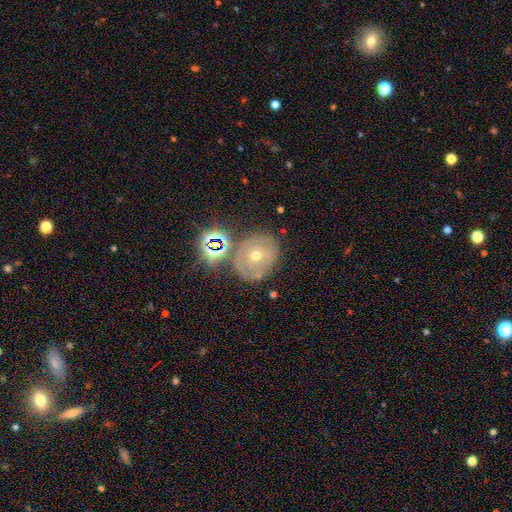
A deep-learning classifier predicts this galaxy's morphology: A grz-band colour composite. It shows a featured or disk galaxy (51%). Merging: none (66%).